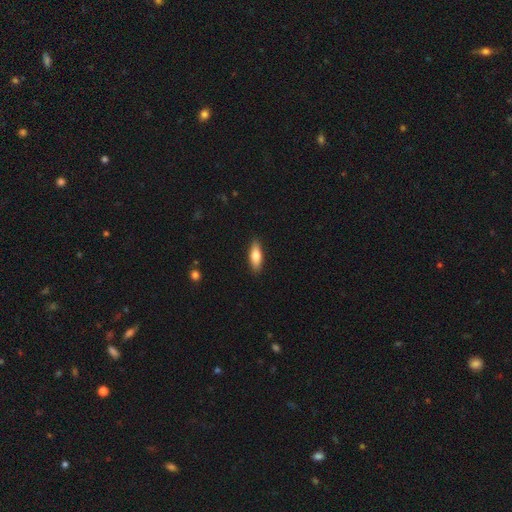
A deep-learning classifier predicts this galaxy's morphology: The model was most divided on "how rounded": in between: 59%, cigar-shaped: 39%, round: 2%. More confident: merging — none (88%); smooth or featured — smooth (76%).